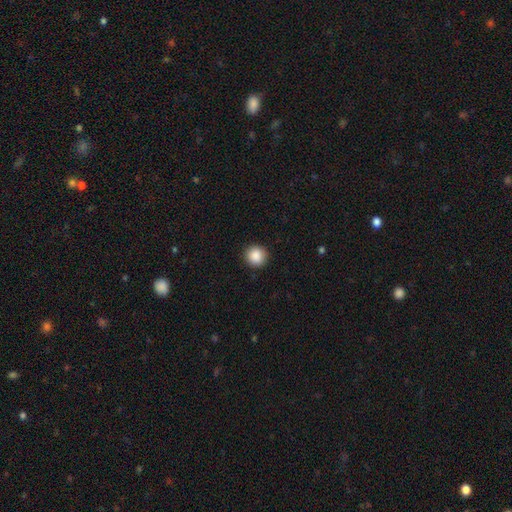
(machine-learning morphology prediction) This is clearly a smooth galaxy (88%). How rounded: clearly round (92%). Merging: clearly none (91%).